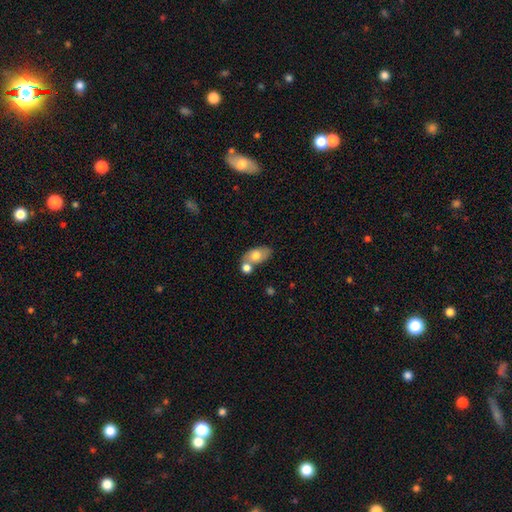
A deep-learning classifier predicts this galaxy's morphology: Smooth or featured? smooth (70%)
How rounded? in between (87%)
Merging? none (43%)